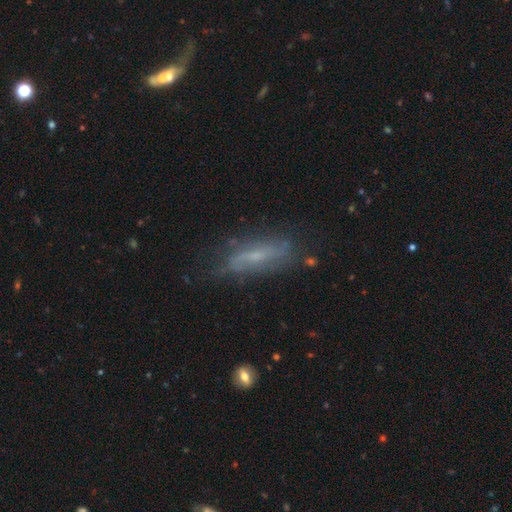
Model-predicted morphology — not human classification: This is possibly a featured or disk galaxy (55%). It is possibly not viewed edge-on (60%). Merging: likely none (68%).